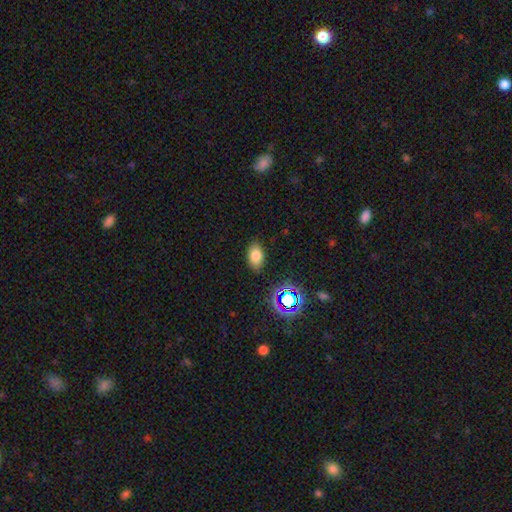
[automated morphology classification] Smooth or featured? smooth (76%)
How rounded? in between (89%)
Merging? none (86%)